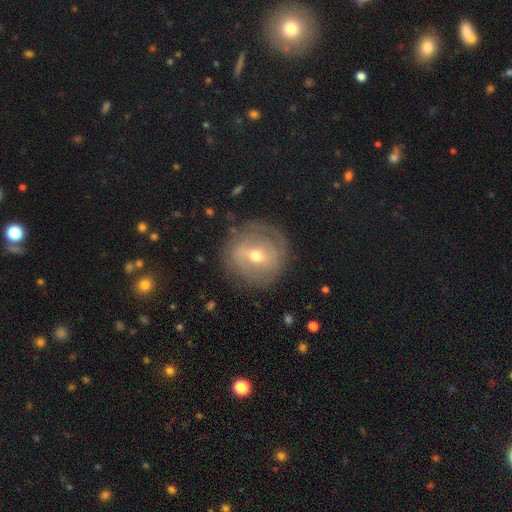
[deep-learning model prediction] A featured or disk galaxy (66%) with a weak bar (47%), spiral arms (63%) and a moderate central bulge (58%).

Vote fractions:
- Smooth or featured? featured or disk: 66% / smooth: 27% / star or artifact: 7%
- Edge-on disk? no: 95% / yes: 5%
- Bar? weak: 47% / no: 28% / strong: 25%
- Spiral arms? yes: 63% / no: 37%
- Bulge size? moderate: 58% / small: 38% / large: 2% / none: 1% / dominant: 1%
- Merging? none: 78% / minor disturbance: 14% / major disturbance: 7% / merger: 1%